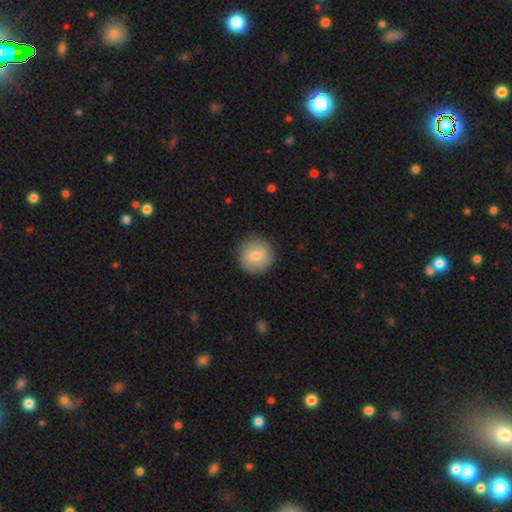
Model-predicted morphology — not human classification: This is likely a smooth galaxy (77%). How rounded: clearly round (94%). Merging: clearly none (90%).